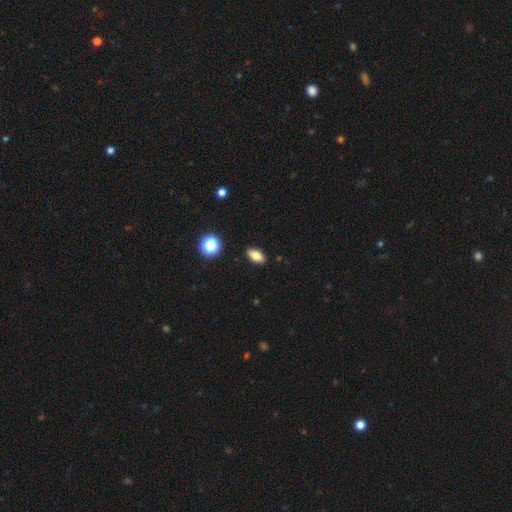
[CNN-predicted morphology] smooth_or_featured: smooth (p=0.78) [alt: featured or disk p=0.12]
how_rounded: in between (p=0.86) [alt: cigar-shaped p=0.08]
merging: none (p=0.89) [alt: minor disturbance p=0.08]